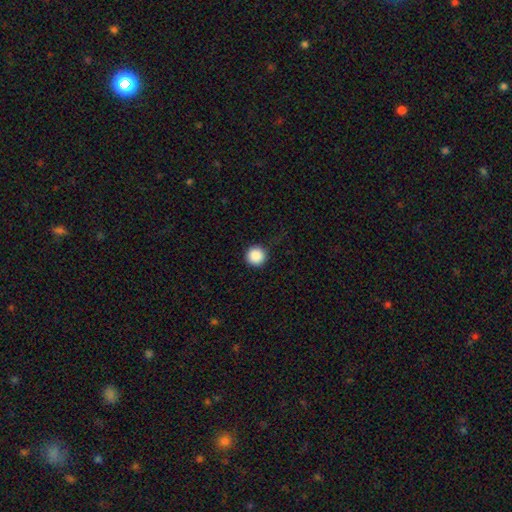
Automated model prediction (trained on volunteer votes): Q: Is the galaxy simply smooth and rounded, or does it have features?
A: smooth — 89%.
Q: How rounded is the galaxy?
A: round — 97%.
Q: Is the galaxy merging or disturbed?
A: none — 89%.